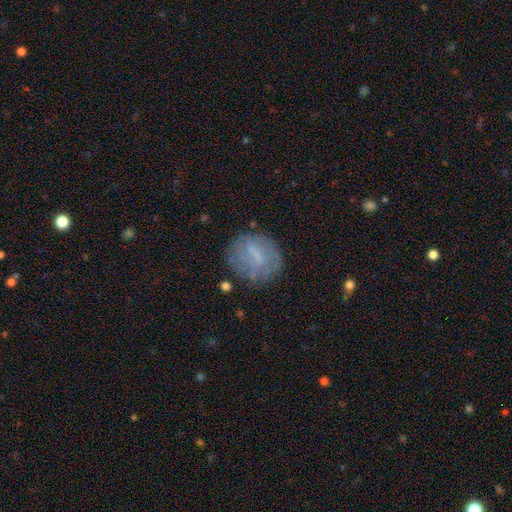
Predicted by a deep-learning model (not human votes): Overall: smooth (48%; featured or disk 42%). Merging: none (70%).